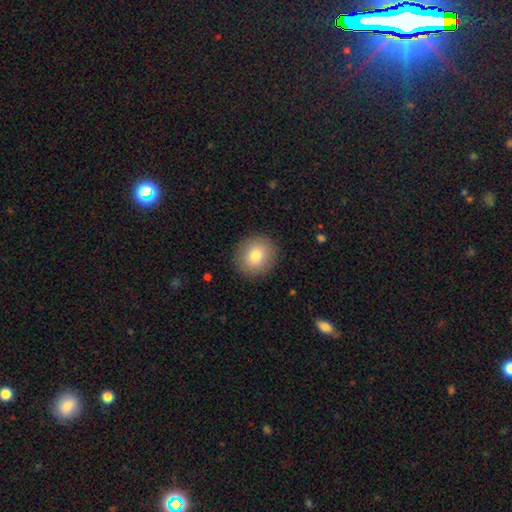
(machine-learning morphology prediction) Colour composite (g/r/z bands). It shows a smooth galaxy with no disk features (81%) that is round (83%). Merging: none (90%).